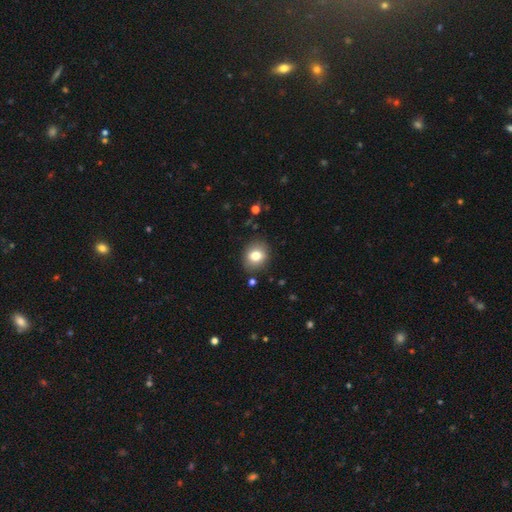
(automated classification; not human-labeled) Morphology: type=smooth (80%); roundness=round (64%); merging=none (86%).